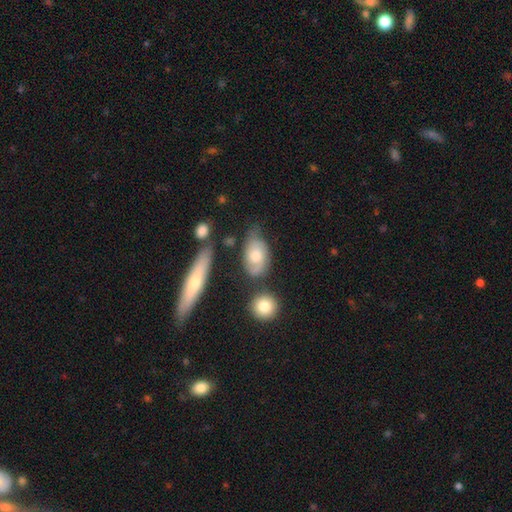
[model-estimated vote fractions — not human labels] featured or disk 50%, smooth 44%, star or artifact 7%. Down the decision tree: merging — none (51%).